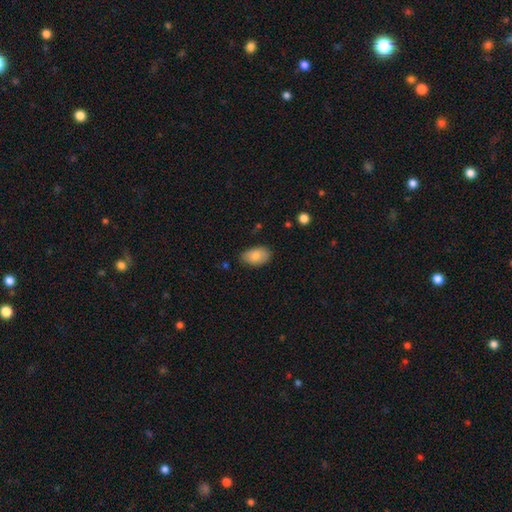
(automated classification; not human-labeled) smooth 84%, featured or disk 9%, star or artifact 7%. Down the decision tree: how rounded — in between (92%); merging — none (80%).